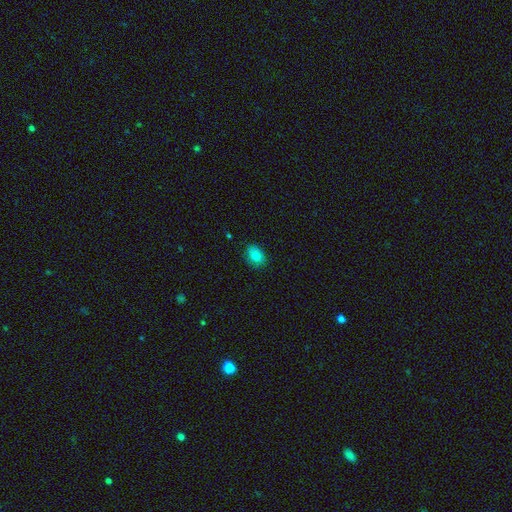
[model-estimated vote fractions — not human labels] This is clearly a smooth galaxy (85%). How rounded: likely in between (75%). Merging: clearly none (81%).